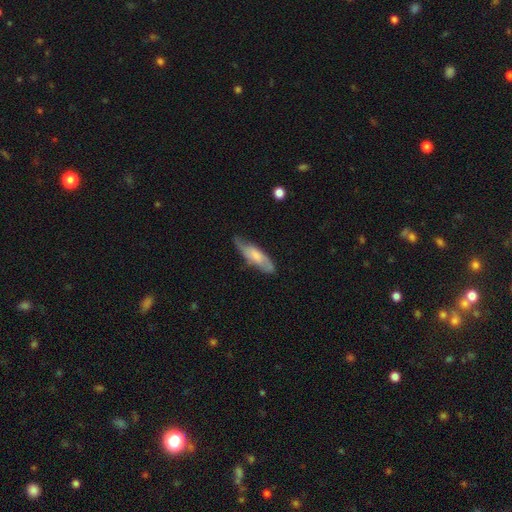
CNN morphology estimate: smooth 55%, featured or disk 39%, star or artifact 6%. Down the decision tree: how rounded — cigar-shaped (54%); merging — none (63%).